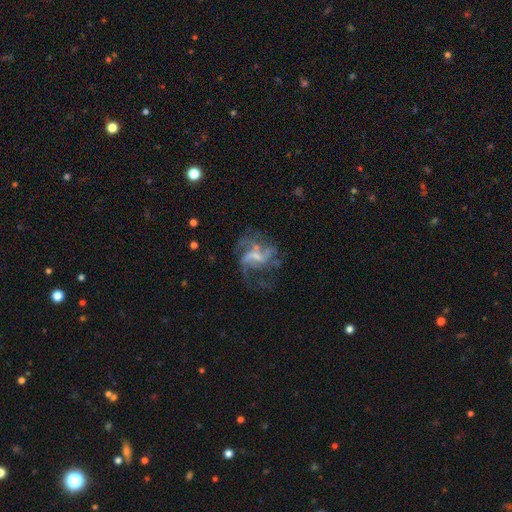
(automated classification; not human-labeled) Overall: featured or disk (77%). Edge-on disk: no (98%). Bar: weak (47%; no 33%). Spiral arms: yes (79%). Spiral arm count: 2 (27%, tied with can't tell). Spiral winding: loose (52%; medium 36%). Bulge size: small (35%; none 34%). Merging: major disturbance (41%; none 38%).